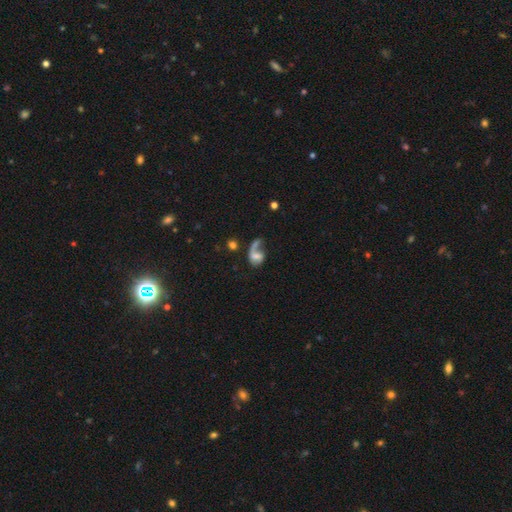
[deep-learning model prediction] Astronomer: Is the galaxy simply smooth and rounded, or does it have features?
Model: featured or disk — 52% (runner-up: smooth, 38%).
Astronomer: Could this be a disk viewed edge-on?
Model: no — 96%.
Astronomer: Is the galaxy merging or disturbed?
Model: major disturbance — 40% (runner-up: none, 25%).